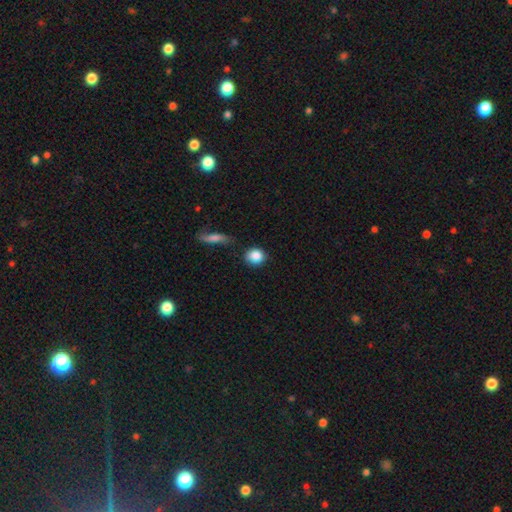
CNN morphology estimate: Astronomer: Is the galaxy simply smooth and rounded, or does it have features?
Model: smooth — 87%.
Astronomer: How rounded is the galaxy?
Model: round — 78%.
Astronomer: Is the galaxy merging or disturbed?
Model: none — 78%.